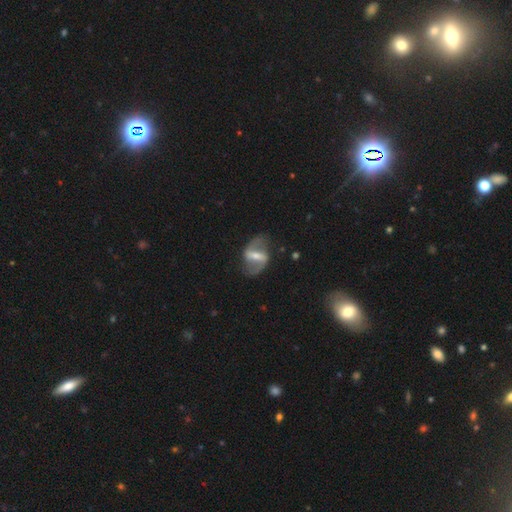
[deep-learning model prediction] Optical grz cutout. It shows a featured or disk galaxy (83%) with a strong bar (64%), 2 (90%) loose (48%) spiral arms (84%) and a moderate central bulge (47%). Merging: none (76%).